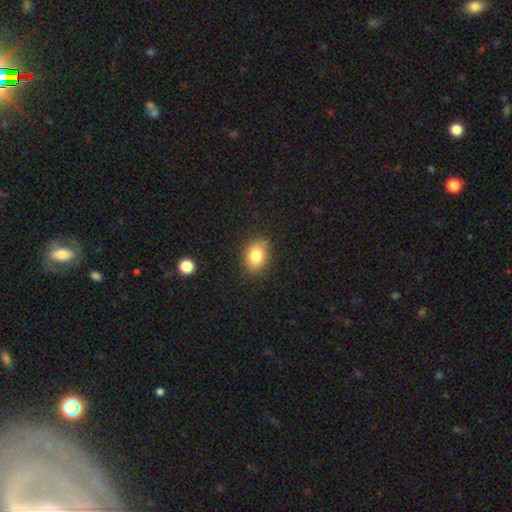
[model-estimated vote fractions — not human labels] smooth_or_featured: smooth (p=0.82) [alt: featured or disk p=0.10]
how_rounded: in between (p=0.72) [alt: round p=0.27]
merging: none (p=0.80) [alt: minor disturbance p=0.15]